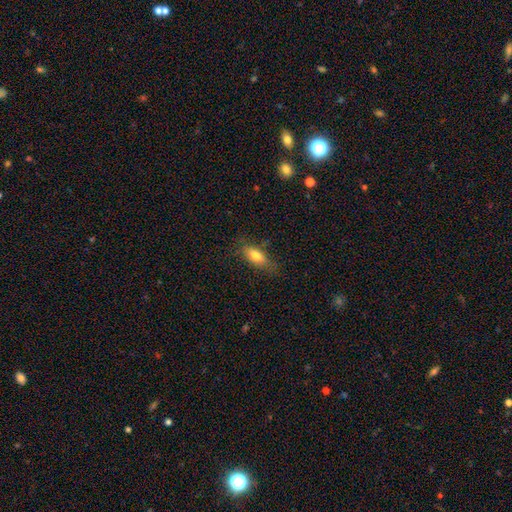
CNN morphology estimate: Overall: smooth (74%). How rounded: in between (75%). Merging: none (75%).